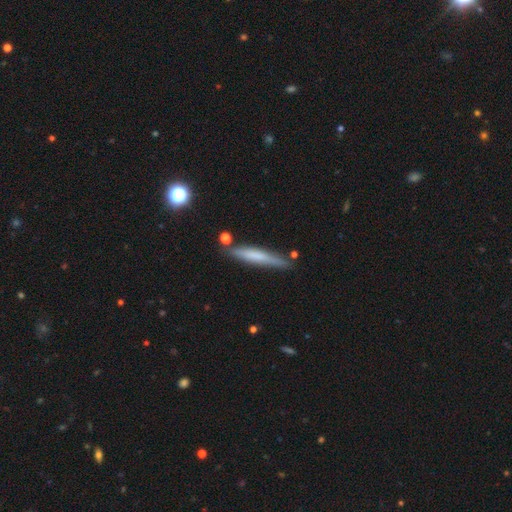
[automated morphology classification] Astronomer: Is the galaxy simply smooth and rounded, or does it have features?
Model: smooth — 59%.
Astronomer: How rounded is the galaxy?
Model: cigar-shaped — 94%.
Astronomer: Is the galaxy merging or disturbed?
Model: none — 79%.